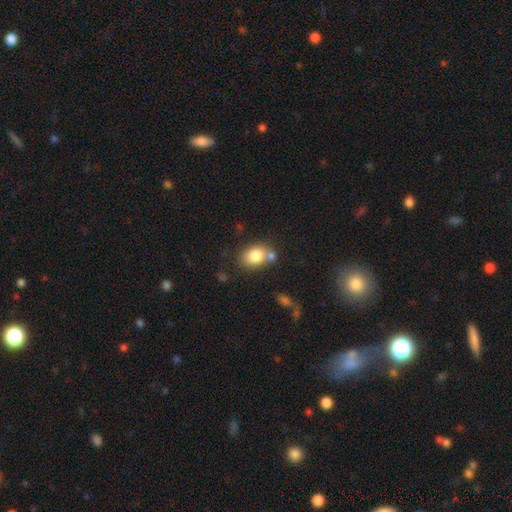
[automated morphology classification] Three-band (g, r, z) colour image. It shows a smooth galaxy with no disk features (81%) that is in between round and cigar-shaped (66%). Merging: none (59%).